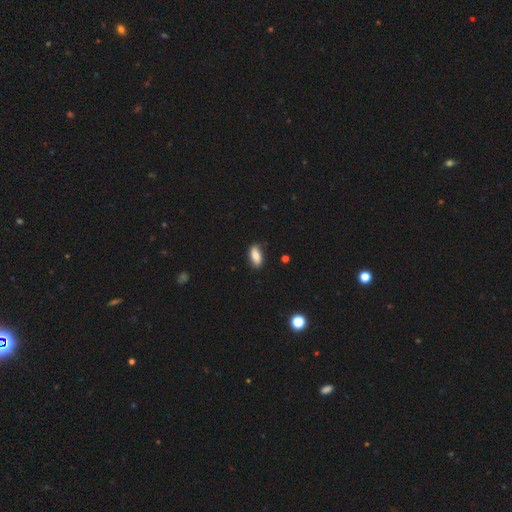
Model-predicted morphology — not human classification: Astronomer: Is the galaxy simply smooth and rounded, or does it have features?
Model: smooth — 78%.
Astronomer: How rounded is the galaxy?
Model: in between — 85%.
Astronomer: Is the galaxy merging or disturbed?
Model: none — 82%.